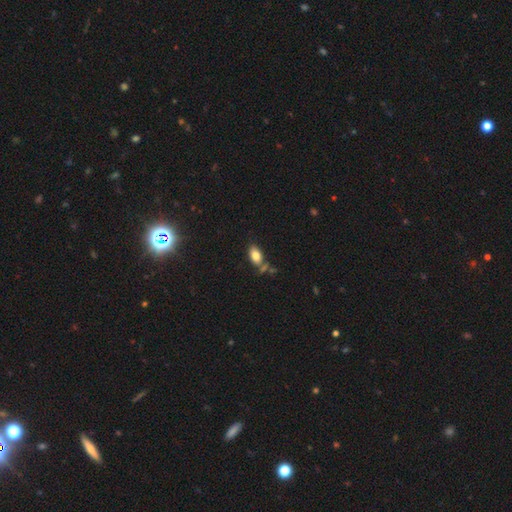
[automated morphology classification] A smooth galaxy with no disk features (80%) that is in between round and cigar-shaped (91%). Merging: none (63%).